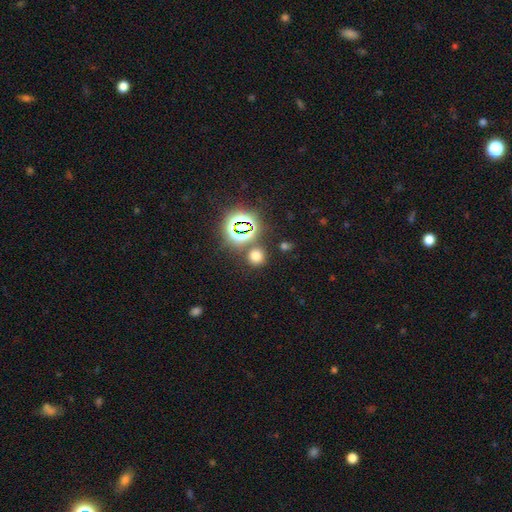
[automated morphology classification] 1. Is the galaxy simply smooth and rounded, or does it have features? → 64% smooth, 30% star or artifact, 6% featured or disk.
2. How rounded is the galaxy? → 89% round, 10% in between, 1% cigar-shaped.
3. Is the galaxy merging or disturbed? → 81% none, 8% merger, 7% minor disturbance, 3% major disturbance.